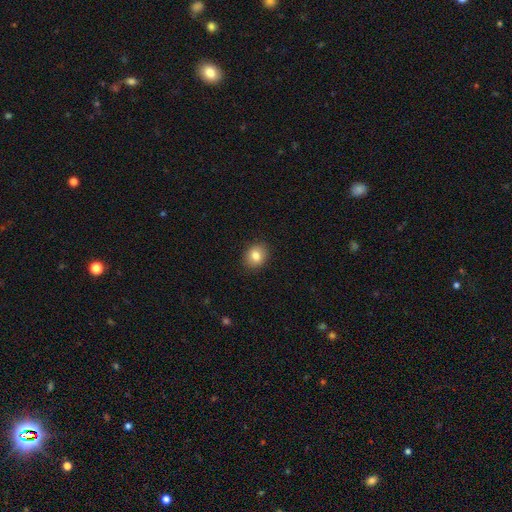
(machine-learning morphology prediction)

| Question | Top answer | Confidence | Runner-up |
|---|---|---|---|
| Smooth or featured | smooth | 82% | star or artifact (10%) |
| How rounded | round | 58% | in between (41%) |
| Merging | none | 90% | minor disturbance (7%) |